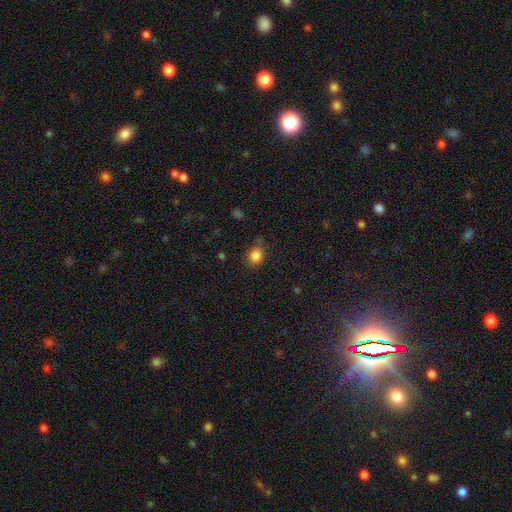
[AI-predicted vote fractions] Overall: smooth (84%). How rounded: round (69%; in between 30%). Merging: none (67%).